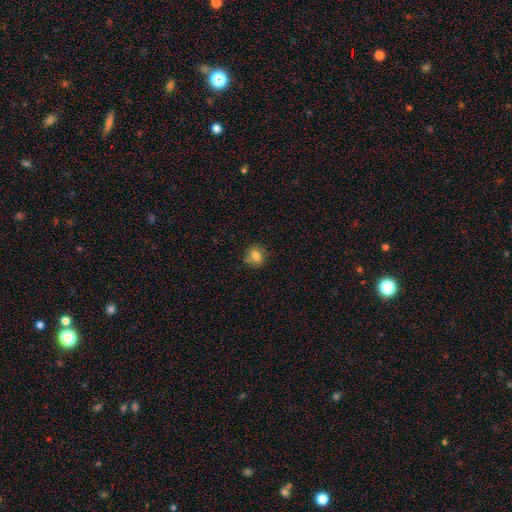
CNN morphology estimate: The model was most divided on "how rounded": round: 60%, in between: 38%, cigar-shaped: 2%. More confident: smooth or featured — smooth (77%); merging — none (73%).